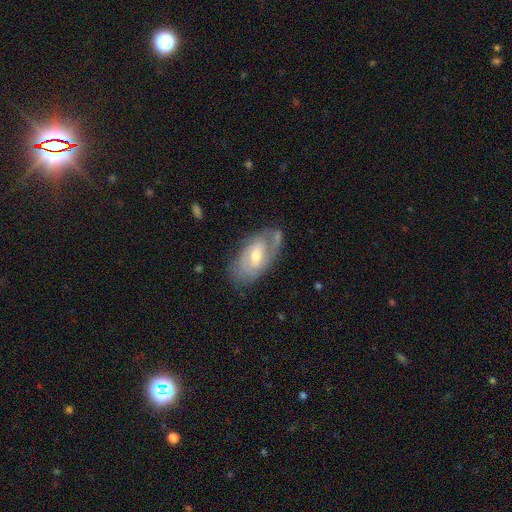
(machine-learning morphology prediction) featured or disk 66%, smooth 28%, star or artifact 6%. Down the decision tree: edge-on disk — no (92%); bar — weak (47%); spiral arms — yes (76%); bulge size — moderate (64%); merging — none (62%).